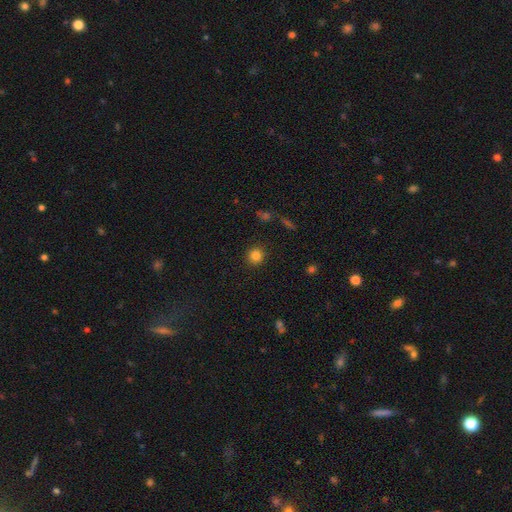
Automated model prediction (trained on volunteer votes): A smooth galaxy with no disk features (83%) that is round (90%).

Vote fractions:
- Smooth or featured? smooth: 83% / star or artifact: 12% / featured or disk: 5%
- How rounded? round: 90% / in between: 9% / cigar-shaped: 1%
- Merging? none: 89% / minor disturbance: 7% / major disturbance: 2% / merger: 2%